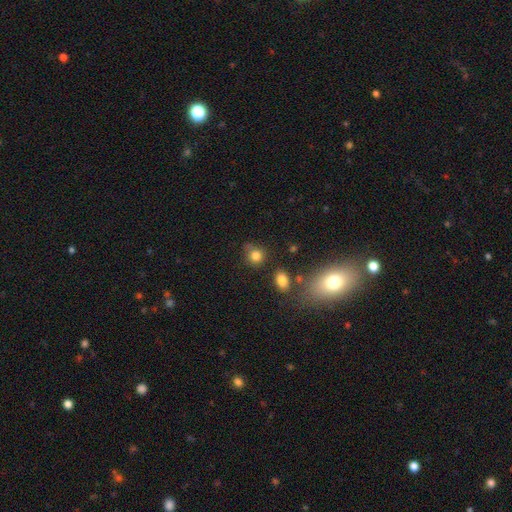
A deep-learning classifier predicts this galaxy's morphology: Smooth or featured?
  - smooth: 81% *
  - star or artifact: 12%
  - featured or disk: 6%
How rounded?
  - round: 79% *
  - in between: 20%
  - cigar-shaped: 1%
Merging?
  - none: 66% *
  - minor disturbance: 20%
  - merger: 7%
  - major disturbance: 6%